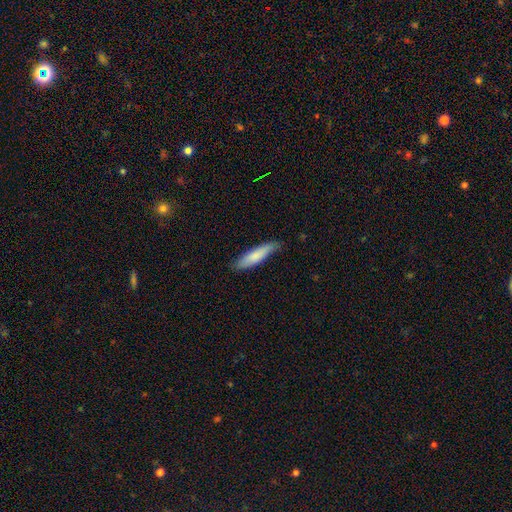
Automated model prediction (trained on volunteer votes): Morphology: type=smooth (79%); roundness=cigar-shaped (74%); merging=none (75%).